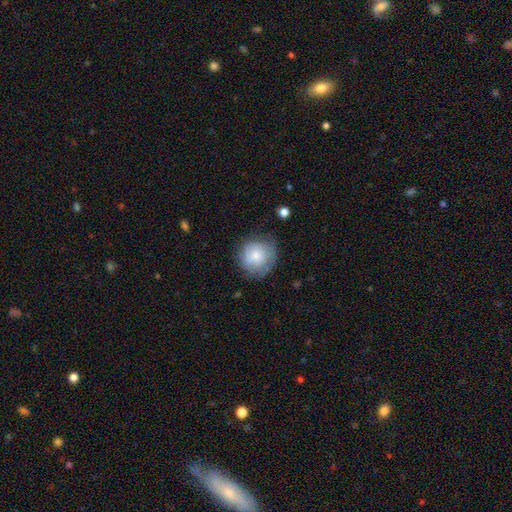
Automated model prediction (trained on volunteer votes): A smooth galaxy with no disk features (71%) that is round (91%). Merging: none (68%).